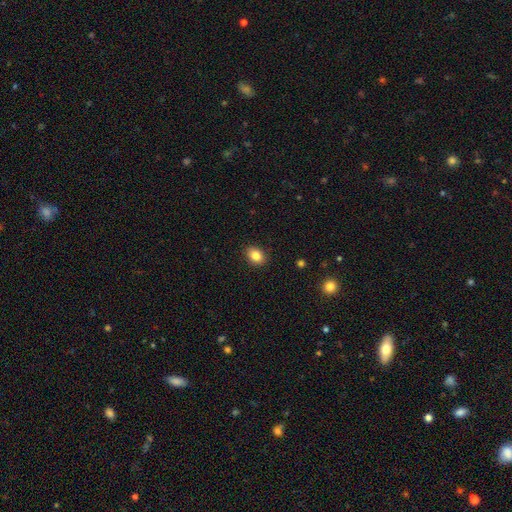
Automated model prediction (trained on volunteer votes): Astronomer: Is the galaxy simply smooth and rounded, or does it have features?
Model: smooth — 84%.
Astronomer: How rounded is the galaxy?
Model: in between — 66%.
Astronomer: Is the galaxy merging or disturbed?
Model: none — 89%.